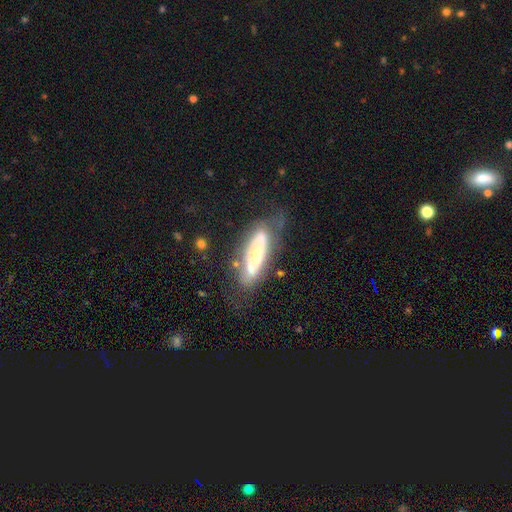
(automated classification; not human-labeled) Smooth or featured?
  - featured or disk: 65% *
  - smooth: 29%
  - star or artifact: 6%
Edge-on disk?
  - no: 76% *
  - yes: 24%
Merging?
  - none: 56% *
  - minor disturbance: 24%
  - major disturbance: 15%
  - merger: 5%